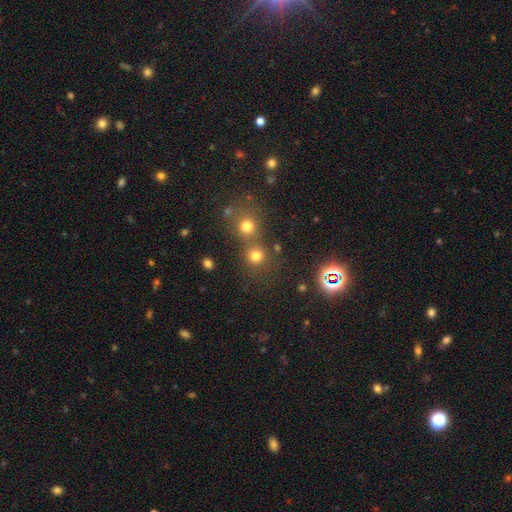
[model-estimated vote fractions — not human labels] smooth_or_featured: smooth (p=0.75) [alt: star or artifact p=0.18]
how_rounded: round (p=0.88) [alt: in between p=0.11]
merging: none (p=0.58) [alt: merger p=0.30]